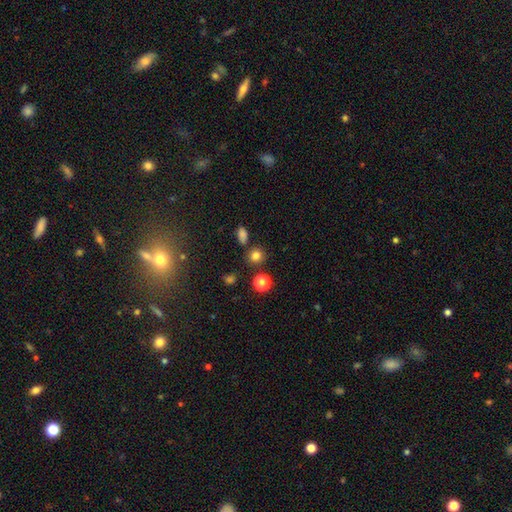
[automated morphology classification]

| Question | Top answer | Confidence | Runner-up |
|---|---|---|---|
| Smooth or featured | smooth | 78% | star or artifact (16%) |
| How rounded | round | 84% | in between (15%) |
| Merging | none | 80% | minor disturbance (9%) |